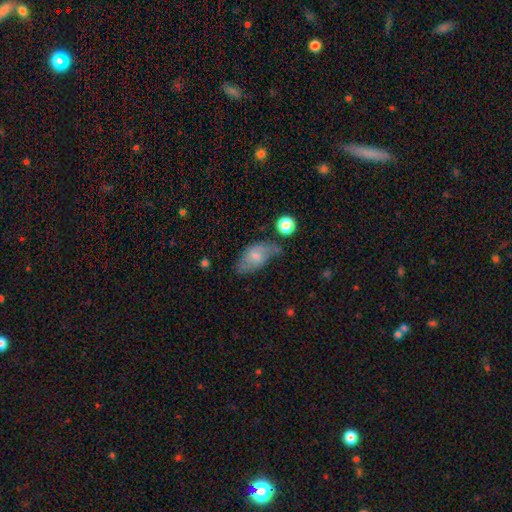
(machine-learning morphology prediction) smooth-or-featured: smooth: 63% | featured or disk: 29% | star or artifact: 8%
  how-rounded: in between: 91% | round: 6% | cigar-shaped: 3%
  merging: none: 43% | minor disturbance: 35% | major disturbance: 16% | merger: 6%